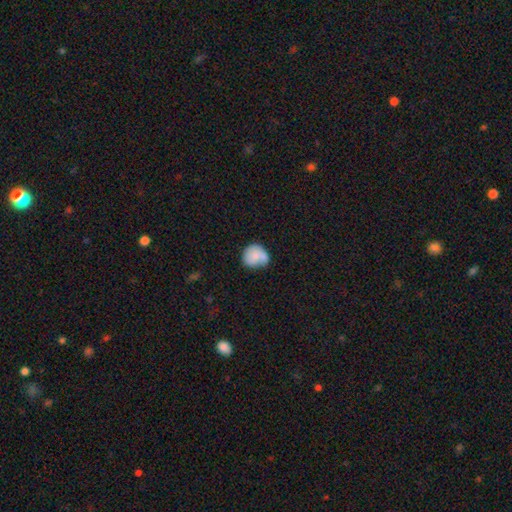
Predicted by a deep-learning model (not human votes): A smooth galaxy with no disk features (73%) that is round (75%). Merging: none (46%).